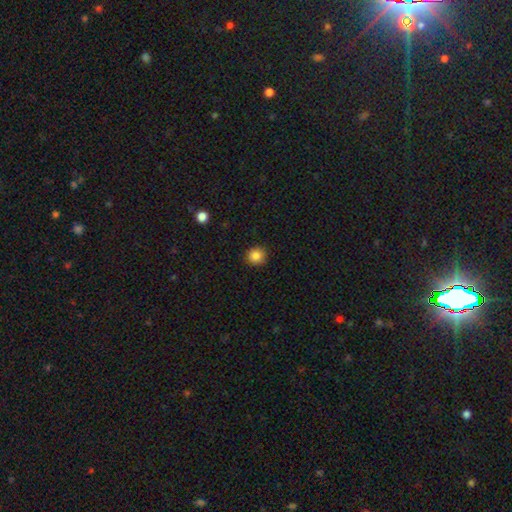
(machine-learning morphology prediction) A smooth galaxy with no disk features (86%) that is round (90%). Merging: none (91%).